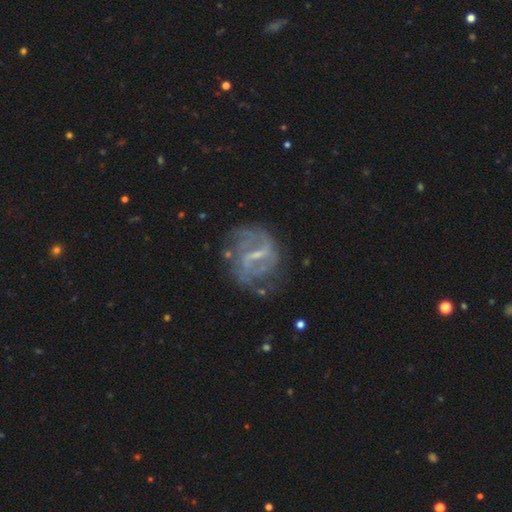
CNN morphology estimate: Q: Smooth or featured?
A: featured or disk (85%); runner-up: smooth (8%)
Q: Edge-on disk?
A: no (97%); runner-up: yes (3%)
Q: Bar?
A: weak (50%); runner-up: strong (40%)
Q: Spiral arms?
A: yes (90%); runner-up: no (10%)
Q: Spiral winding?
A: medium (45%); runner-up: loose (32%)
Q: Spiral arm count?
A: 2 (66%); runner-up: can't tell (17%)
Q: Bulge size?
A: small (60%); runner-up: moderate (20%)
Q: Merging?
A: none (66%); runner-up: minor disturbance (19%)